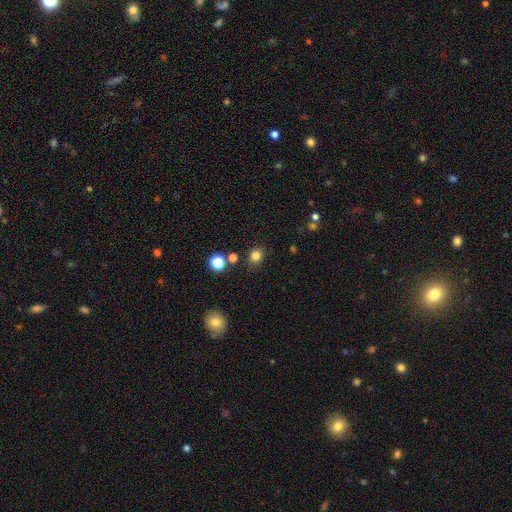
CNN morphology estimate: This is clearly a smooth galaxy (81%). How rounded: likely round (68%). Merging: clearly none (83%).